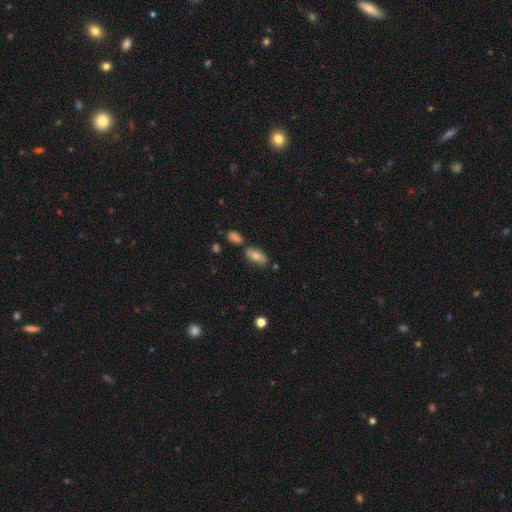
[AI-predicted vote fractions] Q: Smooth or featured?
A: smooth (71%); runner-up: featured or disk (20%)
Q: How rounded?
A: in between (88%); runner-up: cigar-shaped (8%)
Q: Merging?
A: none (71%); runner-up: minor disturbance (13%)